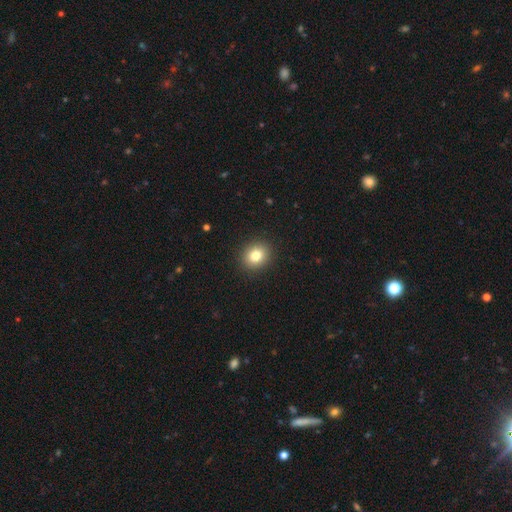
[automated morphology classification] Smooth or featured?
  - smooth: 81% *
  - star or artifact: 11%
  - featured or disk: 8%
How rounded?
  - round: 70% *
  - in between: 29%
  - cigar-shaped: 1%
Merging?
  - none: 91% *
  - minor disturbance: 6%
  - major disturbance: 2%
  - merger: 1%